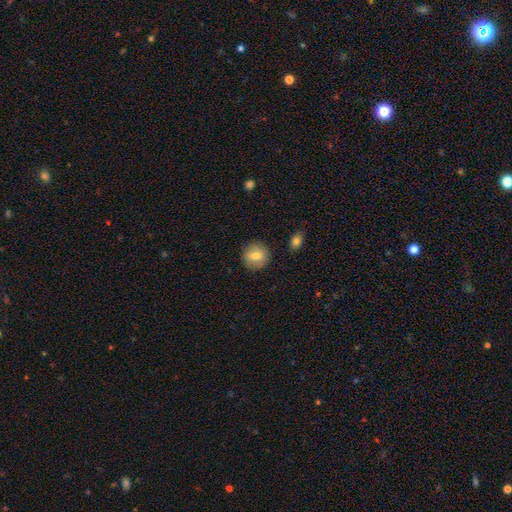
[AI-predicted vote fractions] Smooth or featured: smooth — 73% (featured or disk — 19%)
How rounded: round — 88% (in between — 11%)
Merging: none — 87% (minor disturbance — 9%)